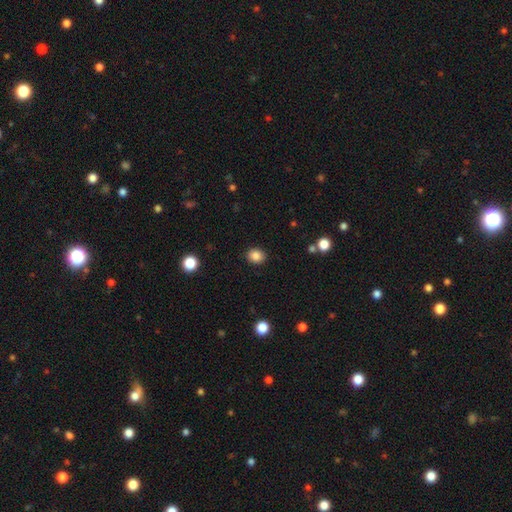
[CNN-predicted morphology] This is clearly a smooth galaxy (86%). How rounded: likely round (65%). Merging: clearly none (90%).